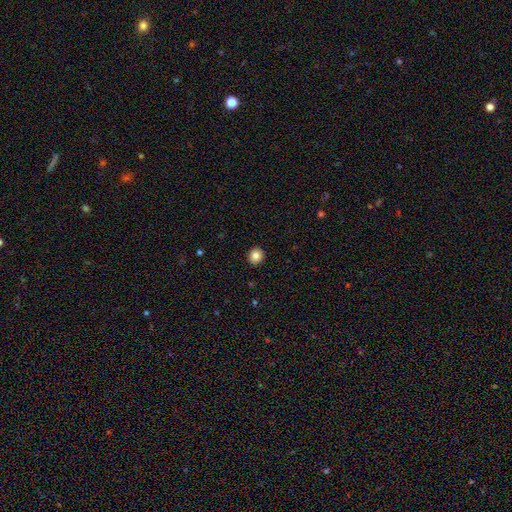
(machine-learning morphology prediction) Q: Smooth or featured?
A: smooth (84%); runner-up: star or artifact (10%)
Q: How rounded?
A: round (89%); runner-up: in between (10%)
Q: Merging?
A: none (92%); runner-up: minor disturbance (5%)